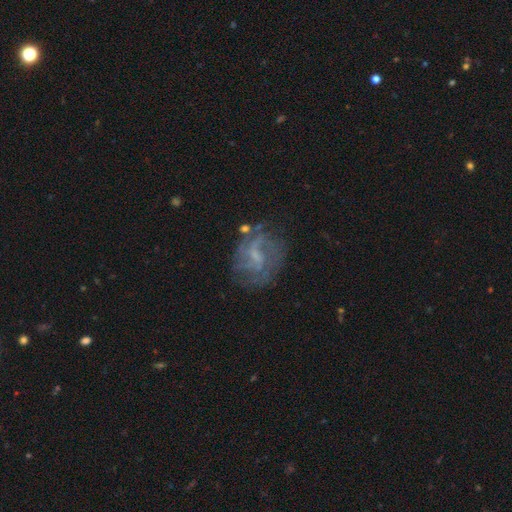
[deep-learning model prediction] featured or disk 74%, smooth 16%, star or artifact 10%. Down the decision tree: edge-on disk — no (98%); bar — weak (55%); spiral arms — yes (79%); spiral arm count — 2 (34%, tied with can't tell); spiral winding — medium (43%); bulge size — small (41%); merging — none (60%).